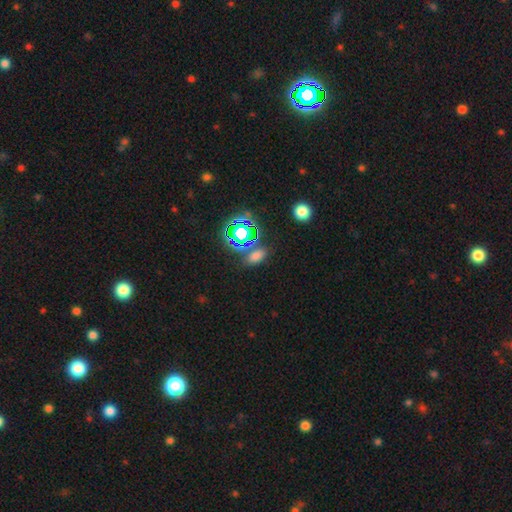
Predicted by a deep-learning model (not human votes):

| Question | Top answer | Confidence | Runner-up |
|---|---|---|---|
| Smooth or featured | smooth | 56% | star or artifact (36%) |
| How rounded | in between | 81% | round (14%) |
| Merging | none | 76% | minor disturbance (11%) |